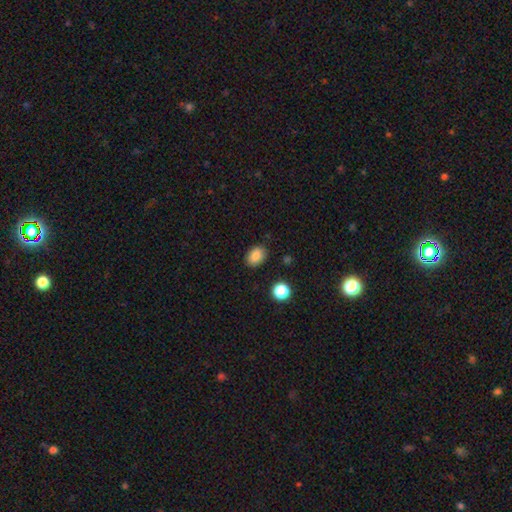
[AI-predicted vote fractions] This appears to be a smooth galaxy with no disk features (86%) that is in between round and cigar-shaped (78%). Merging: none (86%).